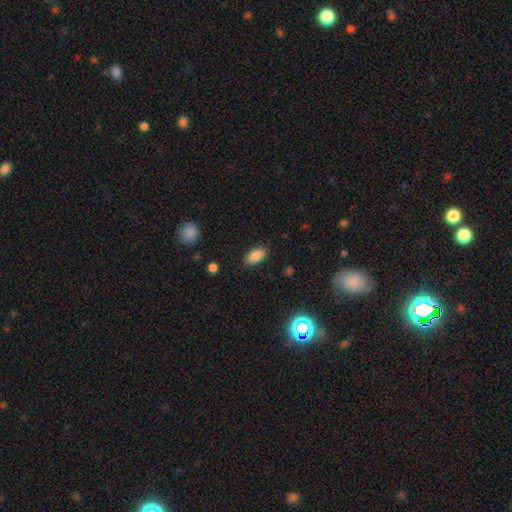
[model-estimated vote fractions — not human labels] This is clearly a smooth galaxy (87%). How rounded: clearly in between (92%). Merging: clearly none (86%).